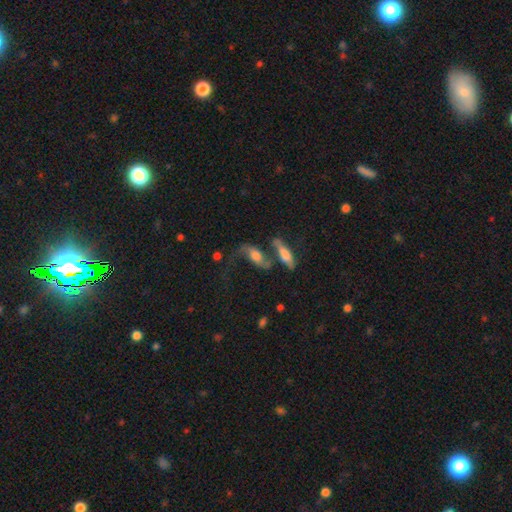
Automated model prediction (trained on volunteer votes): Smooth or featured? featured or disk (63%)
Edge-on disk? no (78%)
Merging? merger (35%)